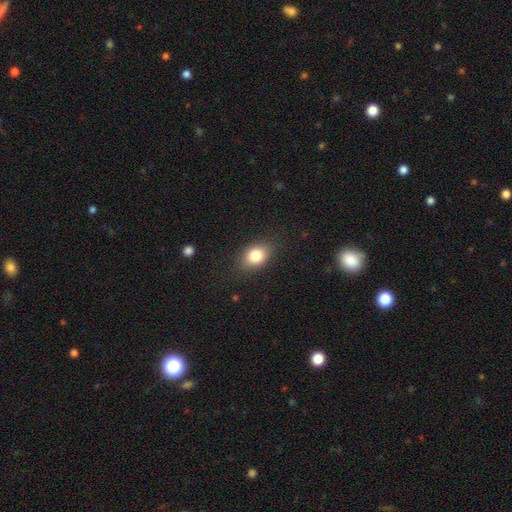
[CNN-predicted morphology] Smooth or featured? Predicted: smooth (p=0.80). How rounded? Predicted: in between (p=0.69). Merging? Predicted: none (p=0.83).